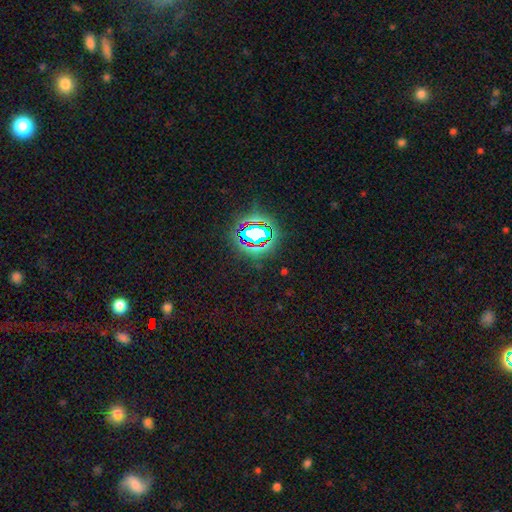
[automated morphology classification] type=star or artifact (79%).